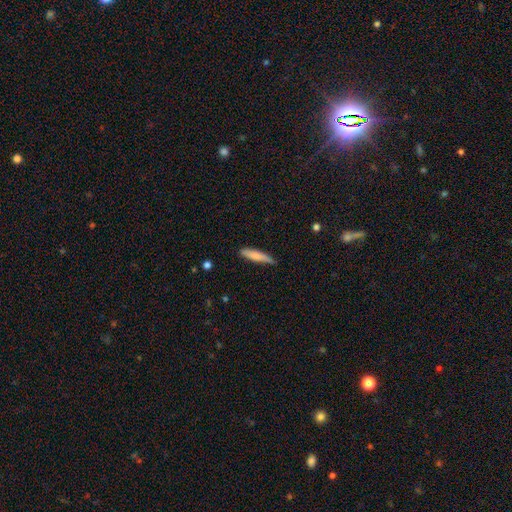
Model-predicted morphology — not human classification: Q: Smooth or featured?
A: smooth (76%); runner-up: featured or disk (18%)
Q: How rounded?
A: cigar-shaped (85%); runner-up: in between (13%)
Q: Merging?
A: none (72%); runner-up: minor disturbance (23%)